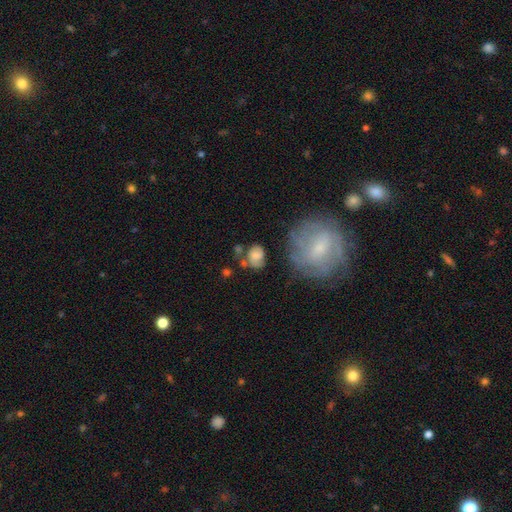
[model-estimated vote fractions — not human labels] This appears to be a smooth galaxy with no disk features (56%) that is round (51%). Merging: none (51%).